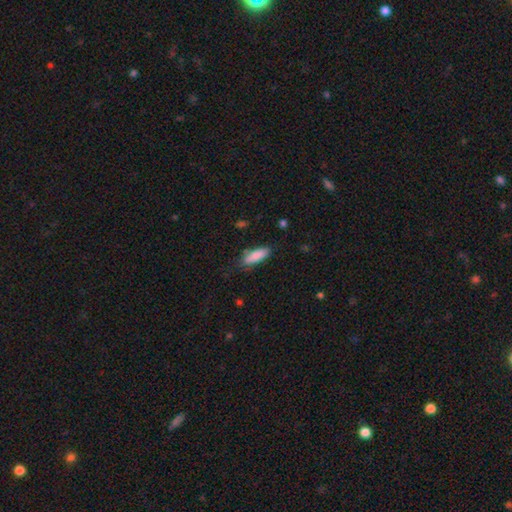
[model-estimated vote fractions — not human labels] Q: Smooth or featured?
A: smooth (87%); runner-up: featured or disk (7%)
Q: How rounded?
A: in between (61%); runner-up: cigar-shaped (37%)
Q: Merging?
A: none (74%); runner-up: minor disturbance (19%)